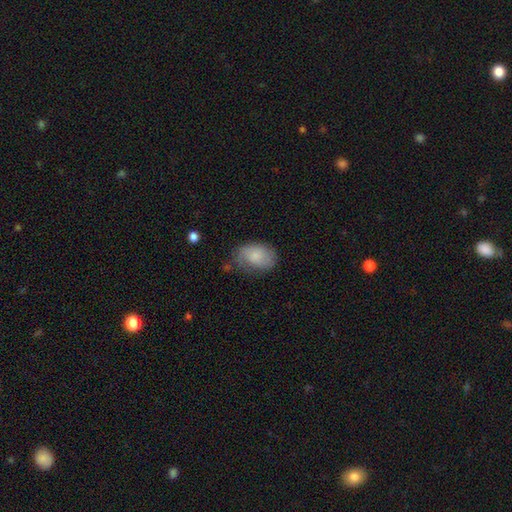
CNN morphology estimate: This is likely a smooth galaxy (77%). How rounded: clearly in between (82%). Merging: possibly none (58%).